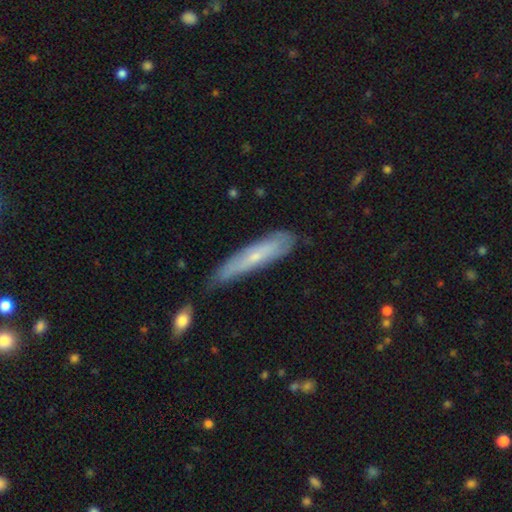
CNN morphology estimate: Smooth or featured: featured or disk — 48% (smooth — 45%)
Merging: none — 59% (minor disturbance — 30%)